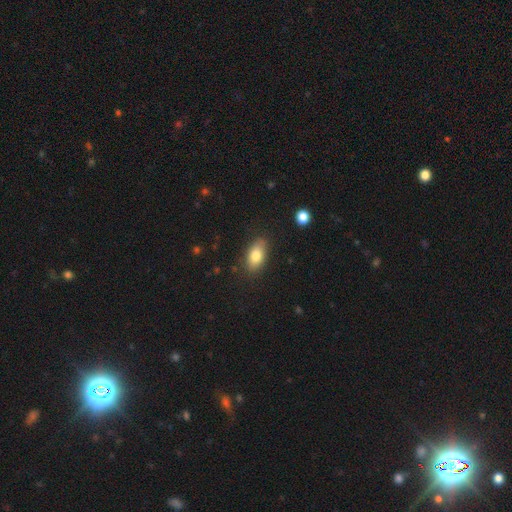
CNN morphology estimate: Smooth or featured? smooth (80%)
How rounded? in between (89%)
Merging? none (82%)